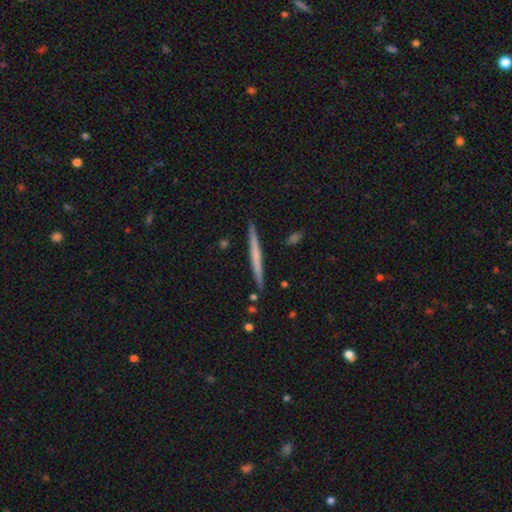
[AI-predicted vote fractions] Overall: featured or disk (49%; smooth 45%). Merging: none (90%).